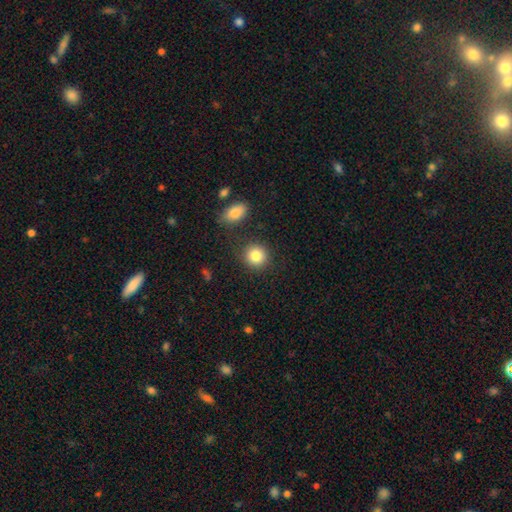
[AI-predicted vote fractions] A smooth galaxy with no disk features (84%) that is round (88%). Merging: none (85%).